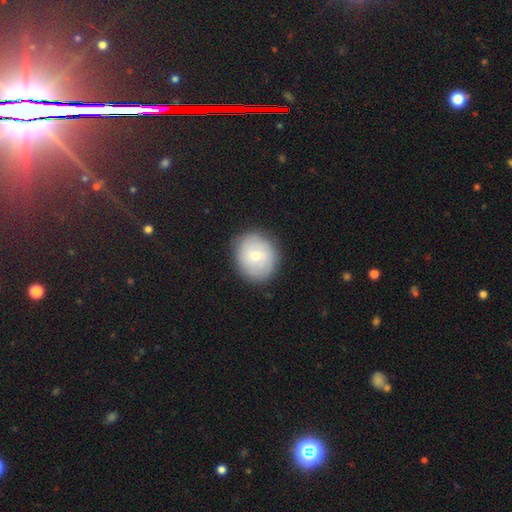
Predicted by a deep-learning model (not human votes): Smooth or featured: smooth — 54% (featured or disk — 39%)
How rounded: round — 81% (in between — 18%)
Merging: none — 85% (minor disturbance — 10%)